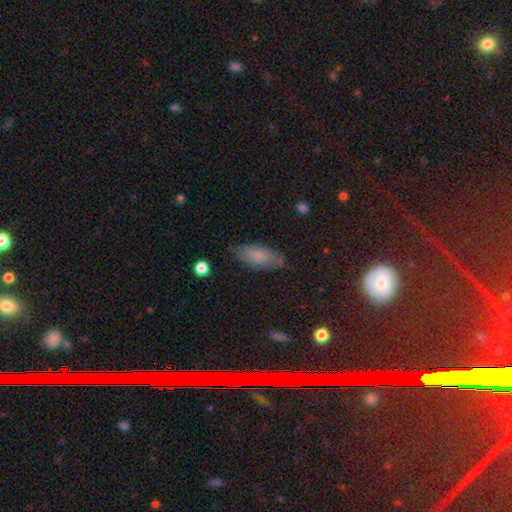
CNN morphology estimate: Smooth or featured?
  - smooth: 68% *
  - featured or disk: 17%
  - star or artifact: 16%
How rounded?
  - in between: 79% *
  - cigar-shaped: 18%
  - round: 3%
Merging?
  - none: 79% *
  - minor disturbance: 16%
  - major disturbance: 3%
  - merger: 1%